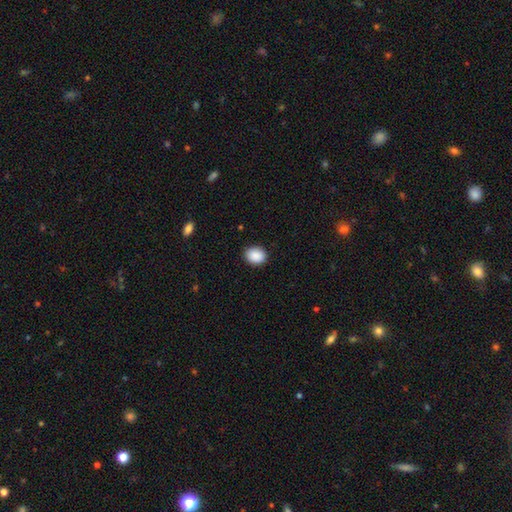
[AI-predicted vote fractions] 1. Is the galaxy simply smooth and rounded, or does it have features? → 90% smooth, 8% star or artifact, 2% featured or disk.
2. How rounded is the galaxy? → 51% round, 48% in between, 1% cigar-shaped.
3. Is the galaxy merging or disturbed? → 89% none, 8% minor disturbance, 2% major disturbance, 1% merger.